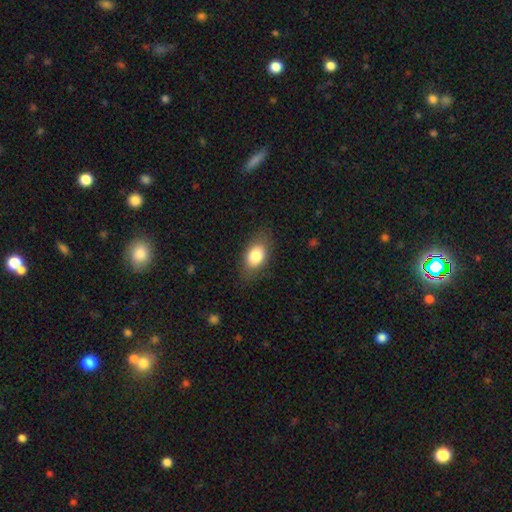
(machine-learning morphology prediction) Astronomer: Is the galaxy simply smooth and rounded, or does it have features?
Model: smooth — 80%.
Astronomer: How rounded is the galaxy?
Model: in between — 84%.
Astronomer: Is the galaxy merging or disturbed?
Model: none — 80%.